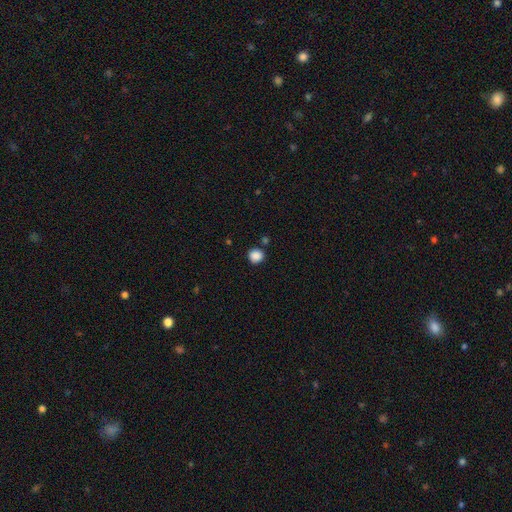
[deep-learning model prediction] smooth-or-featured: smooth: 87% | star or artifact: 10% | featured or disk: 3%
  how-rounded: round: 91% | in between: 8% | cigar-shaped: 1%
  merging: none: 85% | minor disturbance: 8% | merger: 4% | major disturbance: 3%